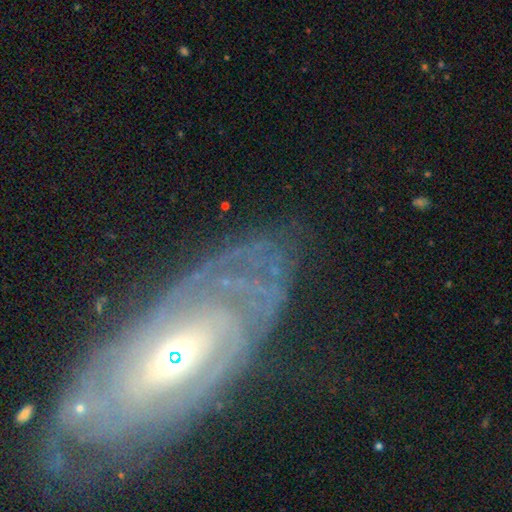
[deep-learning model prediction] The model was most divided on "bulge size": moderate: 44%, small: 41%, large: 9%, none: 3%, dominant: 3%. Remaining: edge-on disk — no (93%); spiral arms — yes (87%); smooth or featured — featured or disk (77%); merging — none (71%); spiral winding — tight (68%); bar — no (57%); spiral arm count — can't tell (36%).